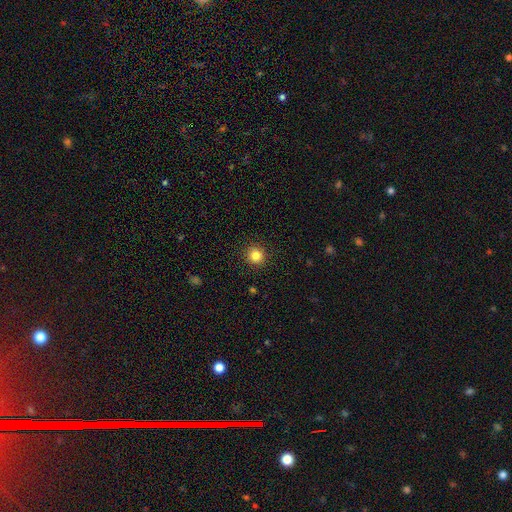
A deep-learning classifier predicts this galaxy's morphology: Overall: smooth (83%). How rounded: round (94%). Merging: none (92%).